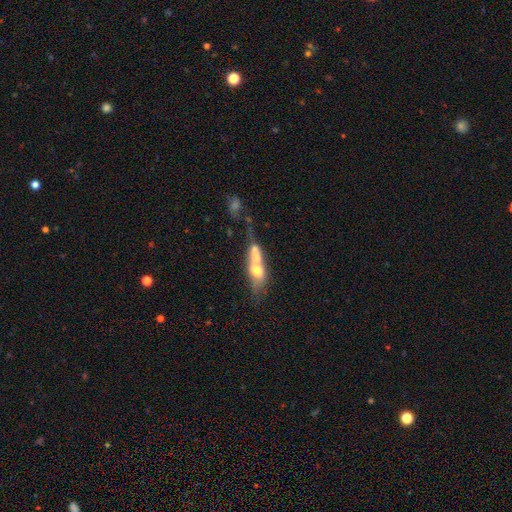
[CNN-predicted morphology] type=smooth (53%); roundness=in between (58%); merging=merger (63%).